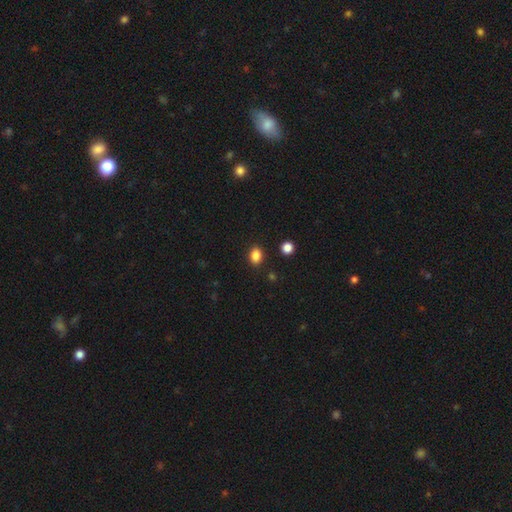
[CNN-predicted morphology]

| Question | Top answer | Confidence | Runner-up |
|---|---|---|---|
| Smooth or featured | smooth | 85% | star or artifact (11%) |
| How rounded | in between | 66% | round (33%) |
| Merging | none | 88% | minor disturbance (8%) |